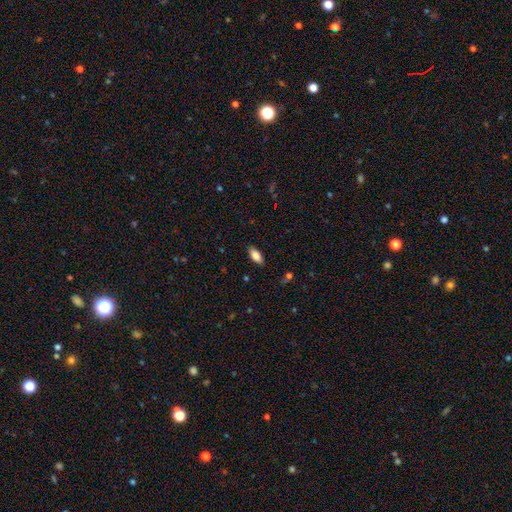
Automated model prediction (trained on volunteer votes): The model was most divided on "smooth or featured": smooth: 83%, featured or disk: 9%, star or artifact: 7%. More confident: how rounded — in between (87%); merging — none (87%).